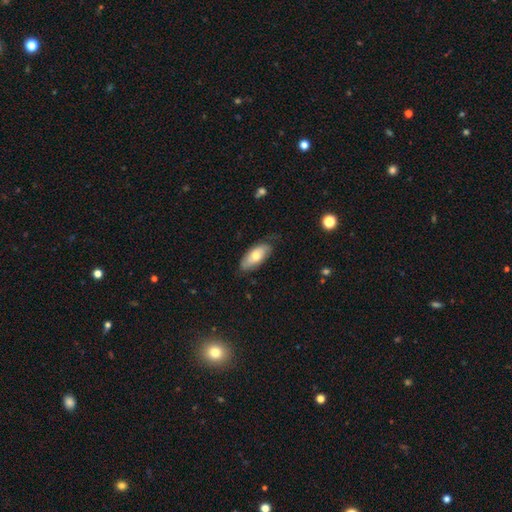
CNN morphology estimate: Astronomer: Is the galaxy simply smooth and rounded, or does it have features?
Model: smooth — 63%.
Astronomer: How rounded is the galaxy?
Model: in between — 88%.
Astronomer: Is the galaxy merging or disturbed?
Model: none — 70%.